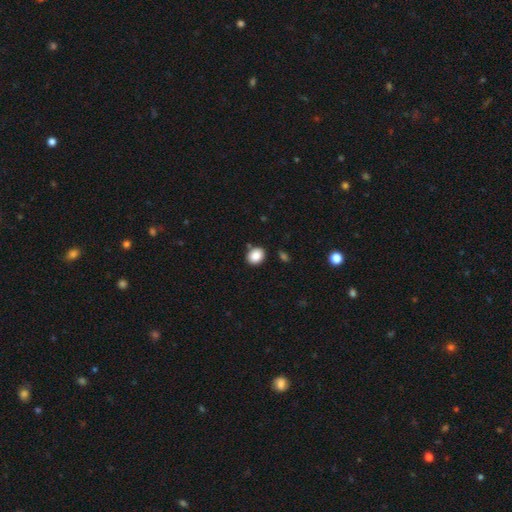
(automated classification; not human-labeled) A smooth galaxy with no disk features (88%) that is round (55%). Merging: none (82%).